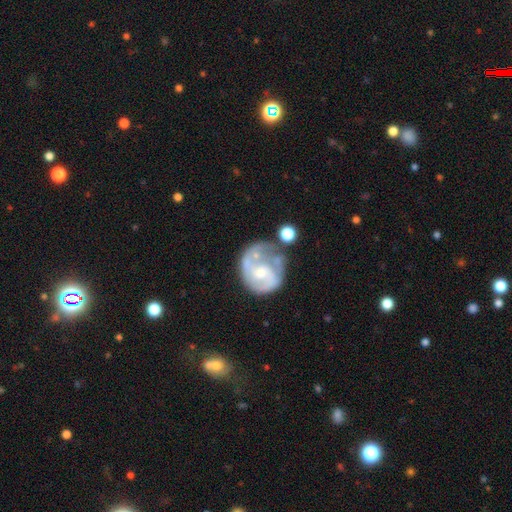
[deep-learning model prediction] This is likely a featured or disk galaxy (71%). It is clearly not viewed edge-on (98%). Bar: likely no (63%). Spiral arm pattern: likely yes (77%). Spiral arm count: possibly 2 (51%). Spiral winding: marginally medium (41%). Central bulge: possibly small (46%). Merging: marginally none (38%).